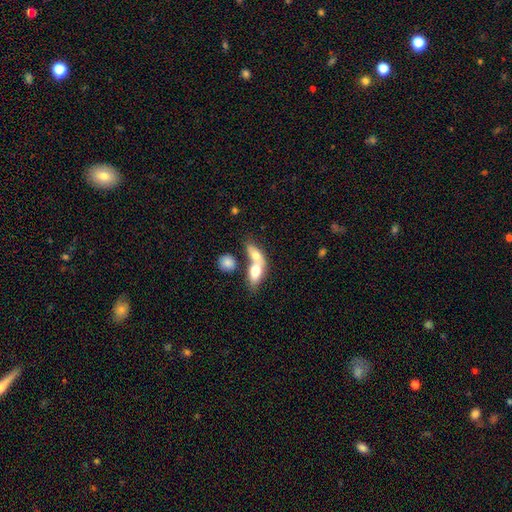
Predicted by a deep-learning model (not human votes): The model was most divided on "smooth or featured": smooth: 70%, featured or disk: 23%, star or artifact: 7%. More confident: how rounded — in between (75%); merging — merger (71%).